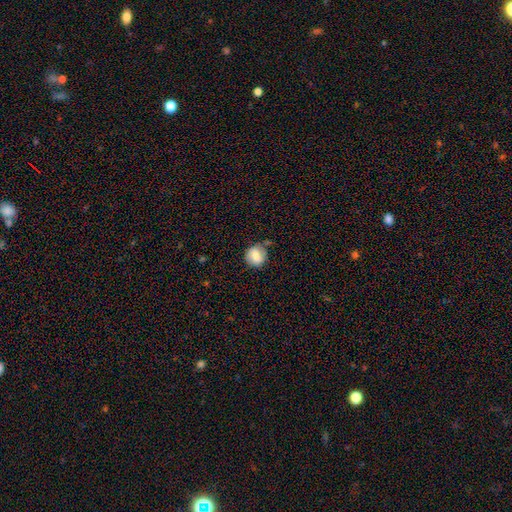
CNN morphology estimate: This is likely a smooth galaxy (68%). How rounded: clearly round (80%). Merging: likely none (70%).